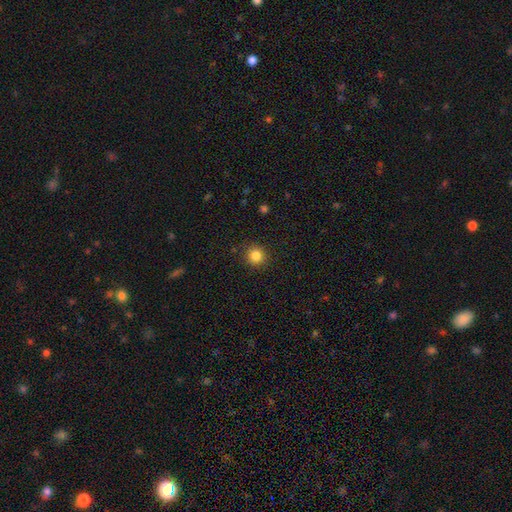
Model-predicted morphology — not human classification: Smooth or featured? smooth (84%)
How rounded? round (93%)
Merging? none (91%)